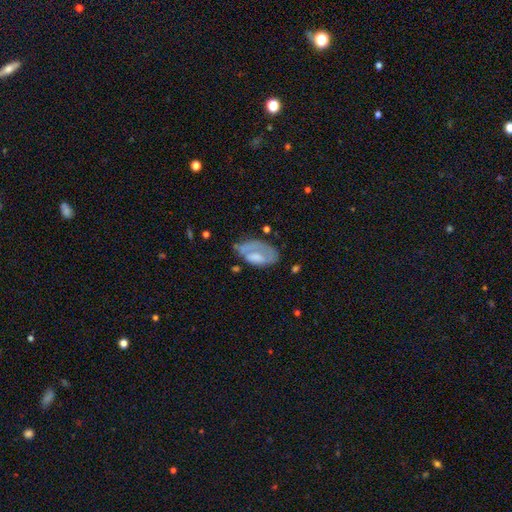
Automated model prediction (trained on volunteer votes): This appears to be a featured or disk galaxy (46%, tied with smooth). Merging: none (41%).